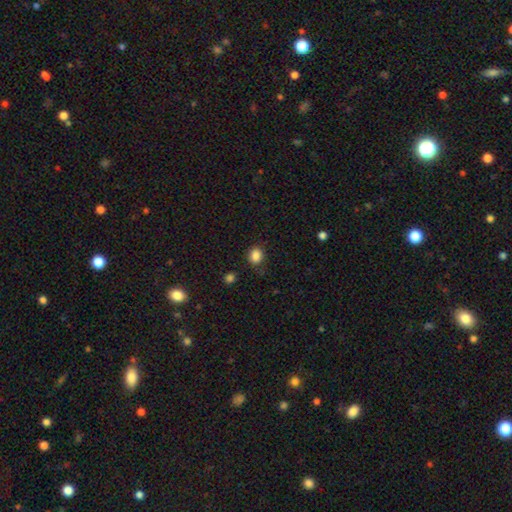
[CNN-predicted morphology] smooth_or_featured: smooth (p=0.86) [alt: star or artifact p=0.11]
how_rounded: round (p=0.67) [alt: in between p=0.33]
merging: none (p=0.82) [alt: minor disturbance p=0.13]